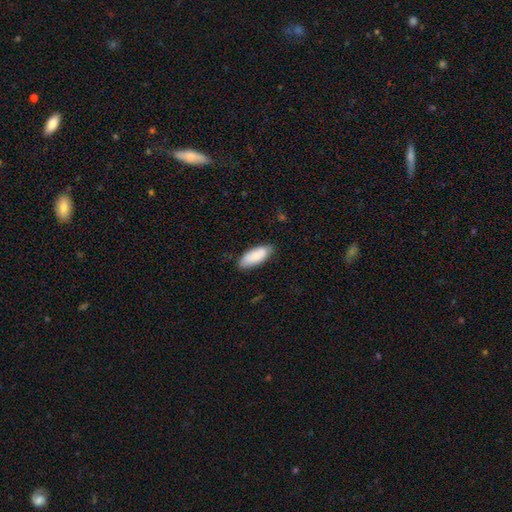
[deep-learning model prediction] smooth-or-featured: smooth: 84% | featured or disk: 11% | star or artifact: 6%
  how-rounded: in between: 81% | cigar-shaped: 17% | round: 2%
  merging: none: 80% | minor disturbance: 16% | major disturbance: 3% | merger: 1%